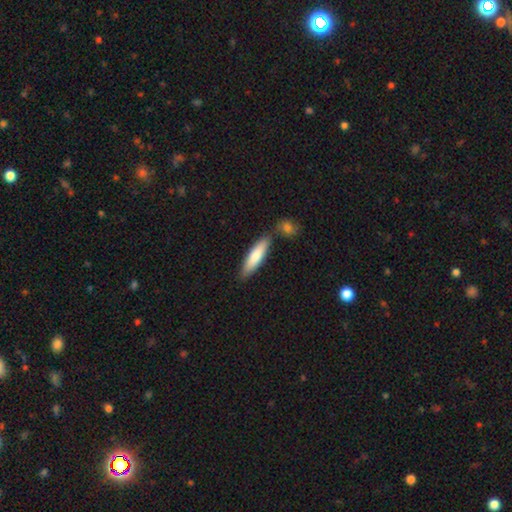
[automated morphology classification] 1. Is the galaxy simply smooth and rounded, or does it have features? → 76% smooth, 19% featured or disk, 5% star or artifact.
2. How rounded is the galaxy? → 68% cigar-shaped, 31% in between, 2% round.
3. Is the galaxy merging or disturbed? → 76% none, 11% minor disturbance, 10% merger, 3% major disturbance.